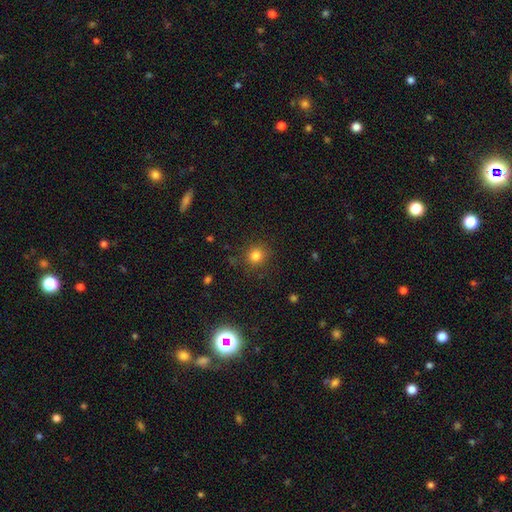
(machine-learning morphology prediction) Smooth or featured? Predicted: smooth (p=0.81). How rounded? Predicted: round (p=0.89). Merging? Predicted: none (p=0.86).